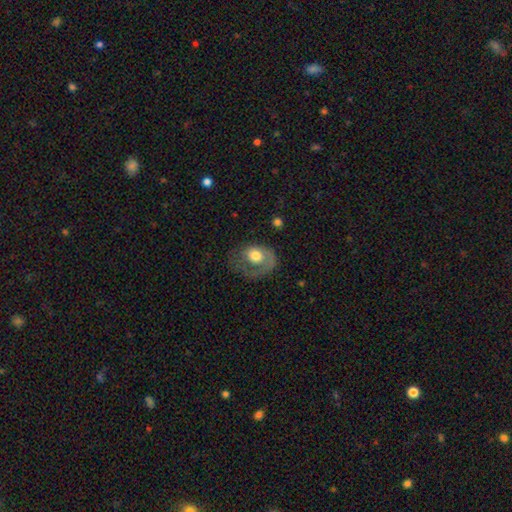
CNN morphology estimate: smooth-or-featured: smooth: 51% | featured or disk: 42% | star or artifact: 7%
  how-rounded: in between: 50% | round: 49% | cigar-shaped: 1%
  merging: major disturbance: 43% | none: 33% | minor disturbance: 22% | merger: 2%